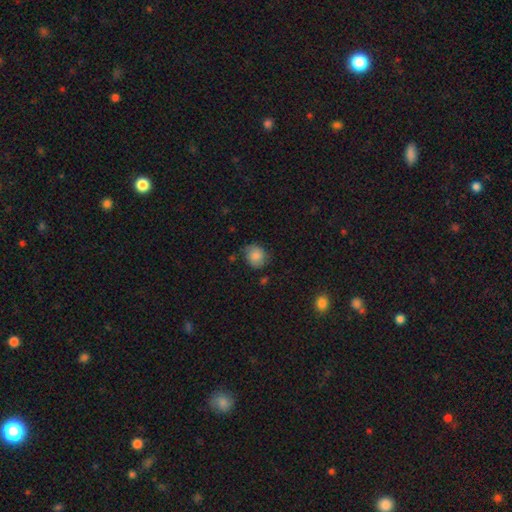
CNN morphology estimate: A smooth galaxy with no disk features (79%) that is round (74%).

Vote fractions:
- Smooth or featured? smooth: 79% / featured or disk: 12% / star or artifact: 9%
- How rounded? round: 74% / in between: 25% / cigar-shaped: 1%
- Merging? none: 66% / minor disturbance: 25% / major disturbance: 7% / merger: 2%